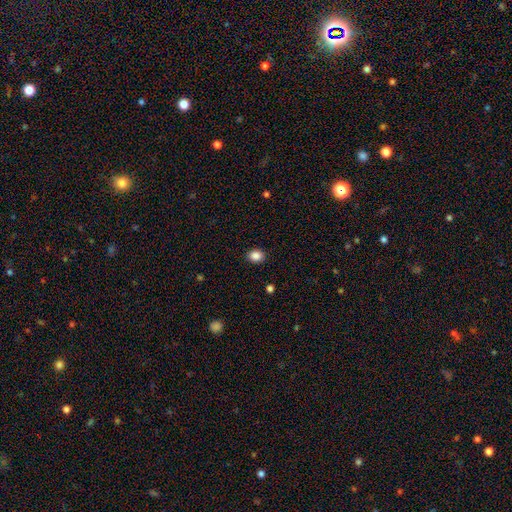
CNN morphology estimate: Smooth or featured? Predicted: smooth (p=0.87). How rounded? Predicted: round (p=0.50). Merging? Predicted: none (p=0.90).